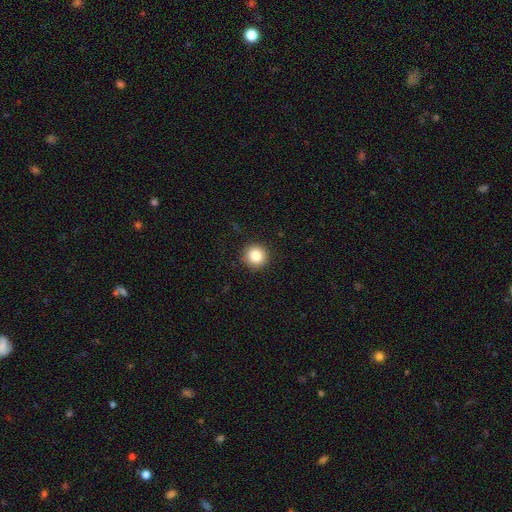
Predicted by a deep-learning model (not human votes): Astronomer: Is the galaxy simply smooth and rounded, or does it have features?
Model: smooth — 84%.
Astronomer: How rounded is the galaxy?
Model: round — 95%.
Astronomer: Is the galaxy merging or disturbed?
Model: none — 92%.